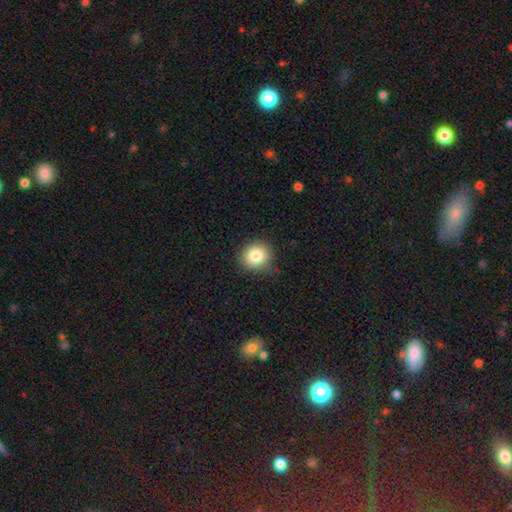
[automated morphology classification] Smooth or featured? Predicted: smooth (p=0.82). How rounded? Predicted: round (p=0.86). Merging? Predicted: none (p=0.82).